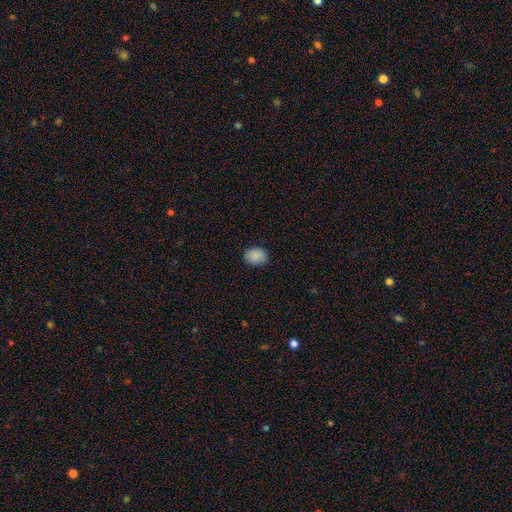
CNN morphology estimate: smooth-or-featured: smooth: 89% | star or artifact: 8% | featured or disk: 3%
  how-rounded: in between: 63% | round: 36% | cigar-shaped: 1%
  merging: none: 83% | minor disturbance: 13% | major disturbance: 3% | merger: 1%